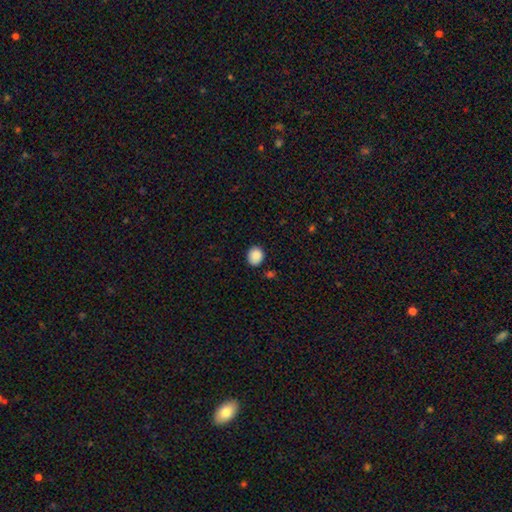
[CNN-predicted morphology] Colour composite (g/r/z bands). It shows a smooth galaxy with no disk features (88%) that is round (67%). Merging: none (85%).